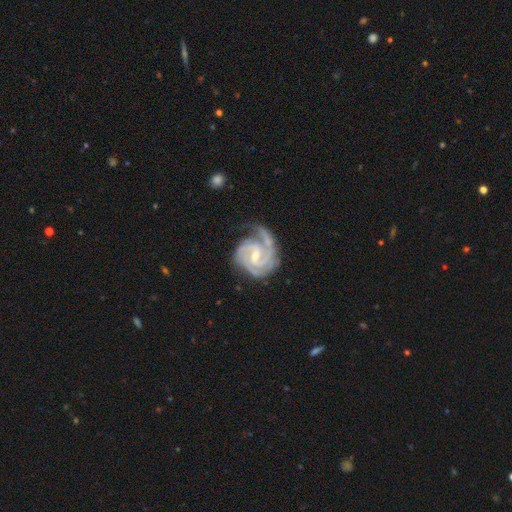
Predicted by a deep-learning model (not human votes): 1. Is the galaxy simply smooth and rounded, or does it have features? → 93% featured or disk, 4% star or artifact, 4% smooth.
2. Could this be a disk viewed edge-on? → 98% no, 2% yes.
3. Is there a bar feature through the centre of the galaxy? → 56% weak, 26% no, 18% strong.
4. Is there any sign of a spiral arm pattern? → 98% yes, 2% no.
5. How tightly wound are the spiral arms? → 62% tight, 34% medium, 4% loose.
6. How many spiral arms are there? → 42% 3, 34% 2, 9% can't tell, 7% 4, 5% 1, 4% more than 4.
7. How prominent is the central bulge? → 59% small, 35% moderate, 3% none, 1% large, 1% dominant.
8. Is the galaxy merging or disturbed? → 58% none, 25% minor disturbance, 15% major disturbance, 3% merger.